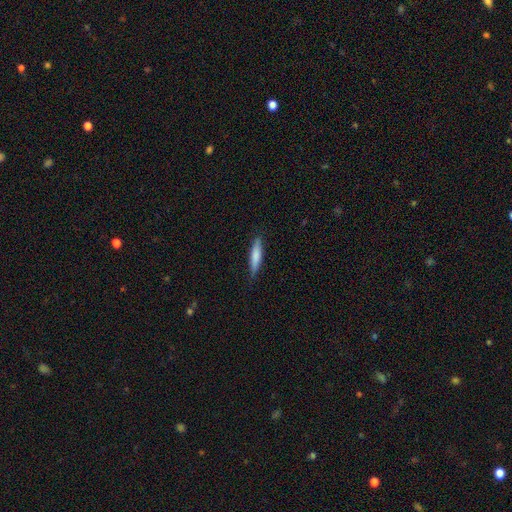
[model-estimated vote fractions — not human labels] Smooth or featured?
  - smooth: 74% *
  - featured or disk: 20%
  - star or artifact: 5%
How rounded?
  - cigar-shaped: 84% *
  - in between: 15%
  - round: 1%
Merging?
  - none: 84% *
  - minor disturbance: 13%
  - major disturbance: 2%
  - merger: 1%